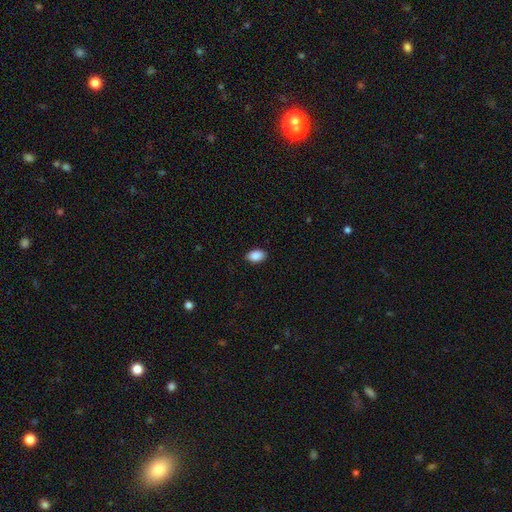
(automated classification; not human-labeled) smooth_or_featured: smooth (p=0.90) [alt: star or artifact p=0.08]
how_rounded: in between (p=0.90) [alt: round p=0.09]
merging: none (p=0.88) [alt: minor disturbance p=0.09]